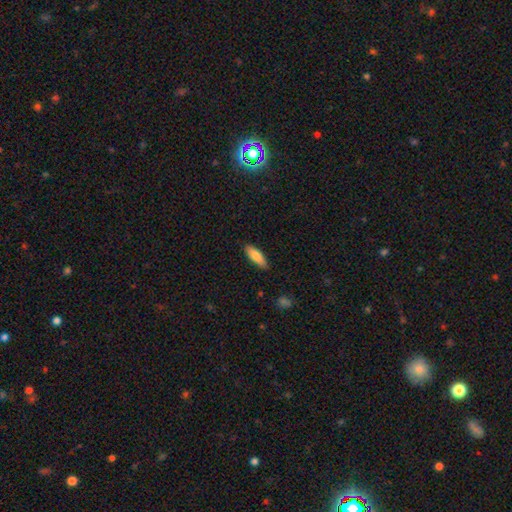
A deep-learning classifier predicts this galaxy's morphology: smooth_or_featured: smooth (p=0.79) [alt: featured or disk p=0.15]
how_rounded: in between (p=0.54) [alt: cigar-shaped p=0.44]
merging: none (p=0.87) [alt: minor disturbance p=0.10]